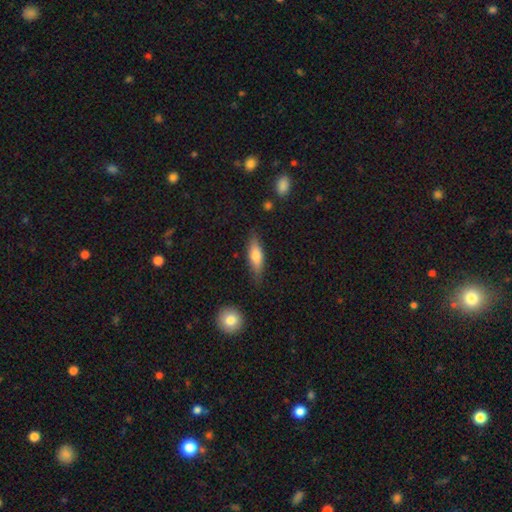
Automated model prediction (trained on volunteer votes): The model was most divided on "how rounded": cigar-shaped: 49%, in between: 48%, round: 2%. More confident: merging — none (78%); smooth or featured — smooth (67%).